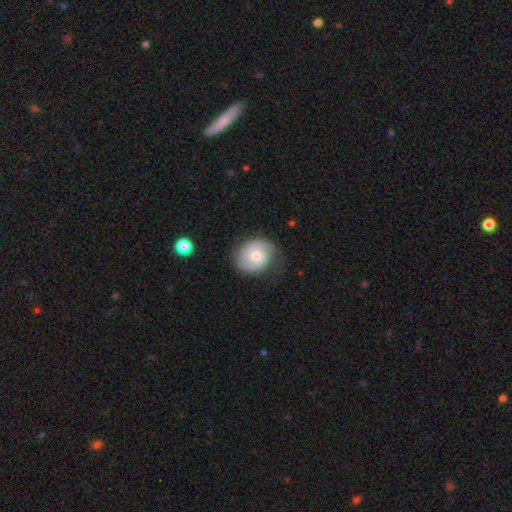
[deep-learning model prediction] Smooth or featured: featured or disk — 60% (smooth — 34%)
Edge-on disk: no — 97% (yes — 3%)
Bar: no — 49% (weak — 43%)
Spiral arms: yes — 85% (no — 15%)
Spiral winding: tight — 43% (medium — 41%)
Spiral arm count: 2 — 76% (can't tell — 14%)
Bulge size: moderate — 63% (small — 29%)
Merging: none — 65% (minor disturbance — 23%)